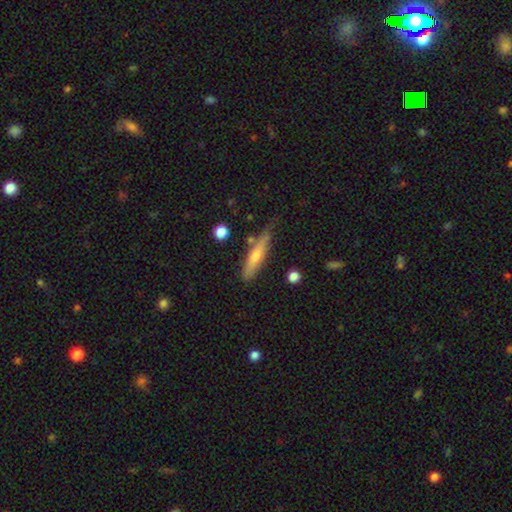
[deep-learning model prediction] smooth 56%, featured or disk 38%, star or artifact 6%. Down the decision tree: how rounded — cigar-shaped (85%); merging — none (68%).